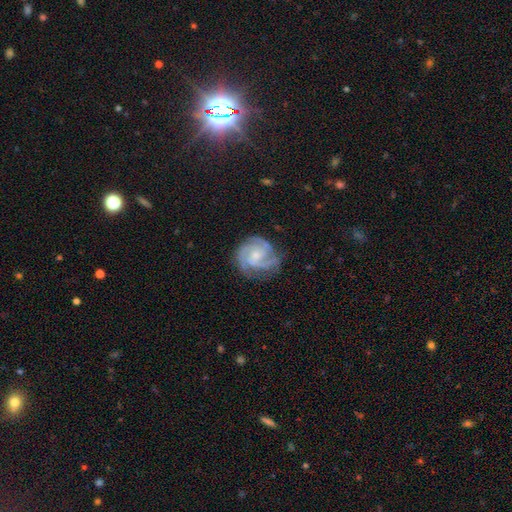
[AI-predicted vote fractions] A featured or disk galaxy (90%) with no bar (64%), 3 (59%) tight (63%) spiral arms (98%) and a small central bulge (57%). Merging: none (76%).